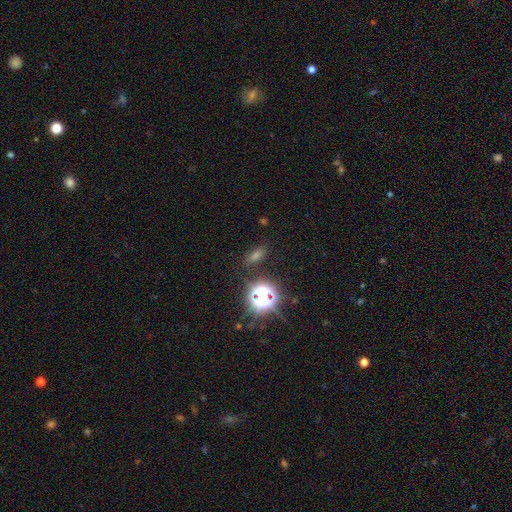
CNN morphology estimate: Smooth or featured: smooth — 47% (star or artifact — 42%)
Merging: none — 83% (minor disturbance — 10%)